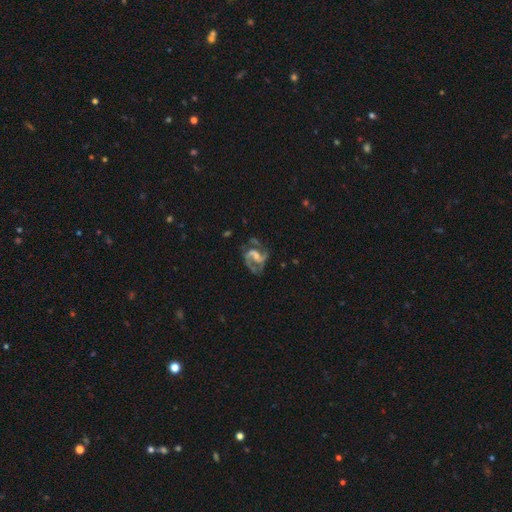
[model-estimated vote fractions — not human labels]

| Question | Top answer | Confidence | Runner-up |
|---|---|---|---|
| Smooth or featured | featured or disk | 90% | star or artifact (6%) |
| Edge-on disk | no | 98% | yes (2%) |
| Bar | weak | 49% | no (29%) |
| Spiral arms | yes | 97% | no (3%) |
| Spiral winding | medium | 59% | loose (25%) |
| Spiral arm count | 2 | 78% | 3 (11%) |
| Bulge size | small | 50% | moderate (39%) |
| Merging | none | 59% | minor disturbance (20%) |